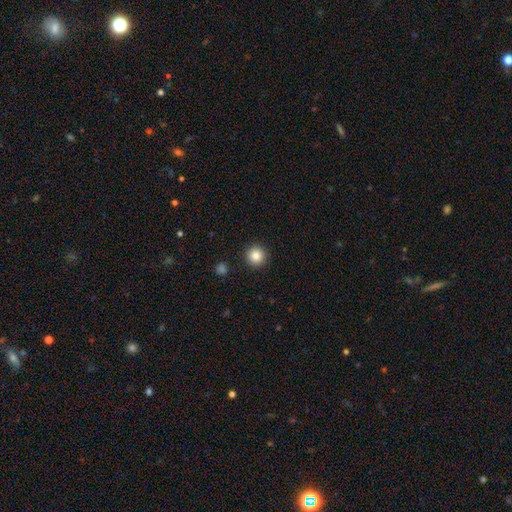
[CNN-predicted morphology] Smooth or featured? smooth (85%)
How rounded? round (95%)
Merging? none (92%)